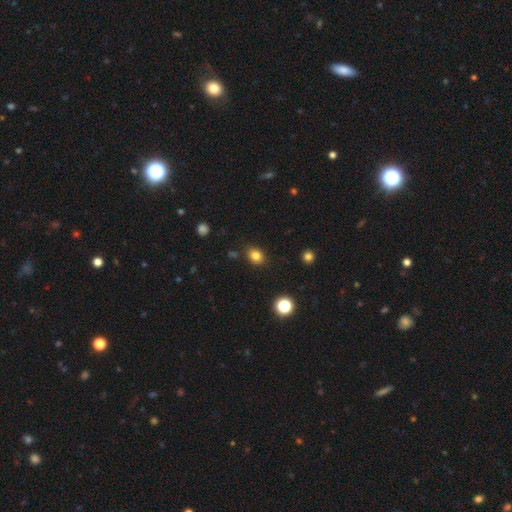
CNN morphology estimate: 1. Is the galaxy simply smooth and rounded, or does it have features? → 82% smooth, 12% star or artifact, 6% featured or disk.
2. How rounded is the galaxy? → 50% in between, 49% round, 1% cigar-shaped.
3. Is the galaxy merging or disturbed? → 84% none, 11% minor disturbance, 3% major disturbance, 2% merger.